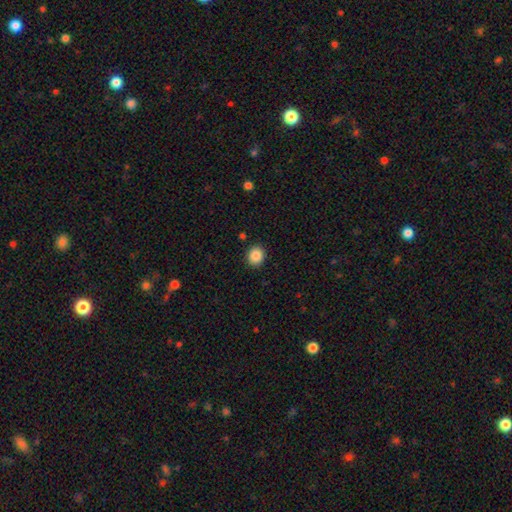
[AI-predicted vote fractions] This is clearly a smooth galaxy (87%). How rounded: likely round (80%). Merging: clearly none (90%).